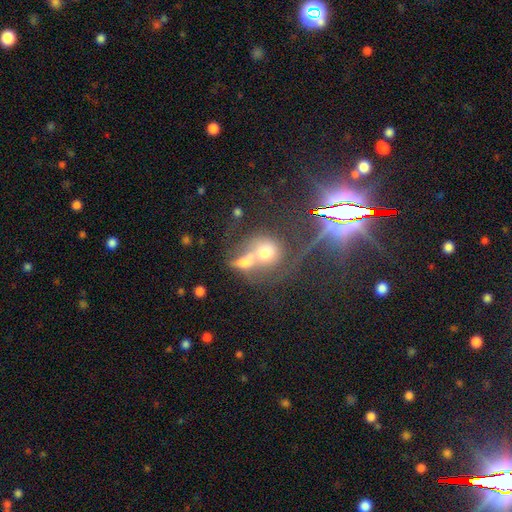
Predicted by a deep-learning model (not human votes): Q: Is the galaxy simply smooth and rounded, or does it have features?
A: smooth — 52%.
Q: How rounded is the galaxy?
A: round — 62%.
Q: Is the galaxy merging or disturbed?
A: merger — 67%.